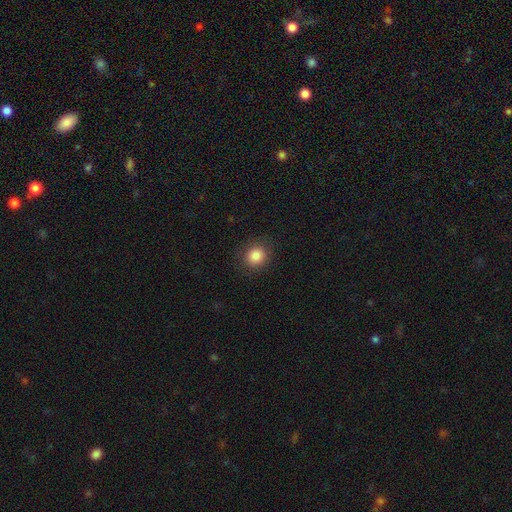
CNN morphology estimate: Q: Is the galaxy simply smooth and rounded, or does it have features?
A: smooth — 86%.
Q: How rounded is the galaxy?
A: round — 81%.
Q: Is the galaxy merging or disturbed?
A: none — 87%.